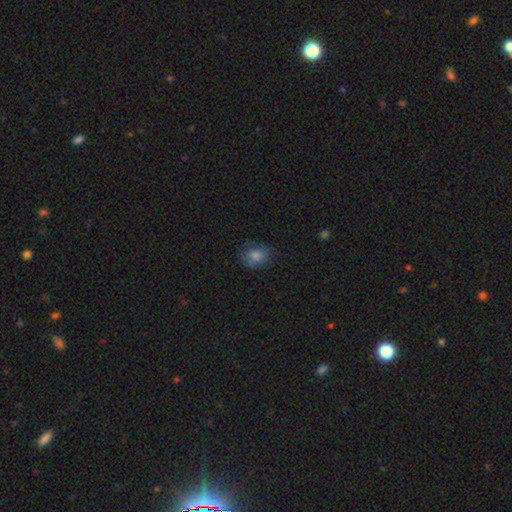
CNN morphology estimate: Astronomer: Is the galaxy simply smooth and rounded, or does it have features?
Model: smooth — 76%.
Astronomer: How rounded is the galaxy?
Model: round — 52% (runner-up: in between, 47%).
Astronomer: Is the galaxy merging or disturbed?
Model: none — 71%.